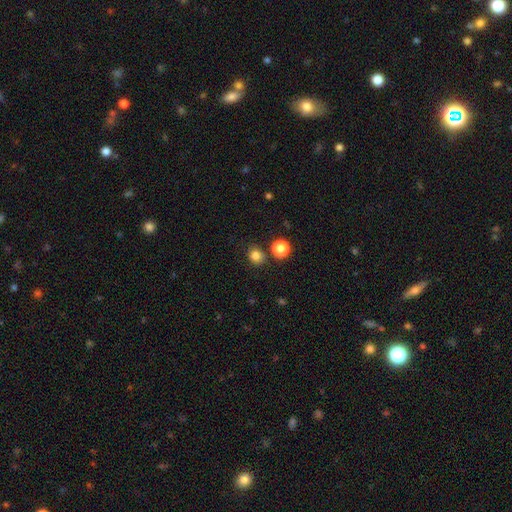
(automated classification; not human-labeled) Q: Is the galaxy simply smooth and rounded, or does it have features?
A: smooth — 82%.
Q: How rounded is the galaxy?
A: round — 82%.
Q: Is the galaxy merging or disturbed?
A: none — 81%.